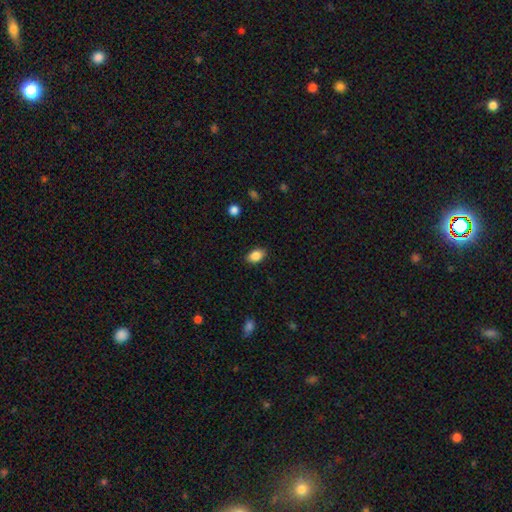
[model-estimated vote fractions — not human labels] smooth-or-featured: smooth: 87% | star or artifact: 8% | featured or disk: 5%
  how-rounded: in between: 83% | round: 15% | cigar-shaped: 1%
  merging: none: 86% | minor disturbance: 11% | major disturbance: 2% | merger: 1%